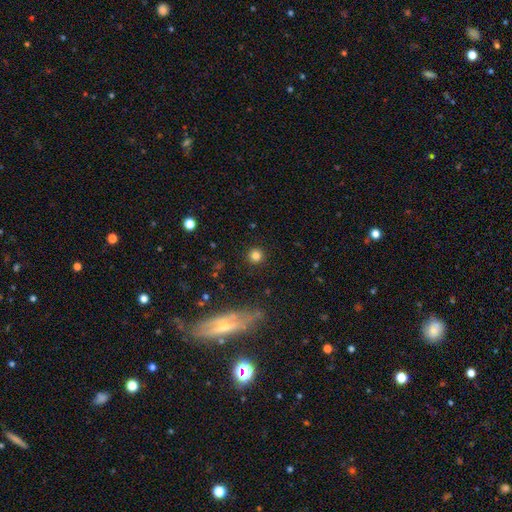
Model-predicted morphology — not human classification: The model was most divided on "smooth or featured": smooth: 81%, star or artifact: 13%, featured or disk: 7%. More confident: how rounded — round (94%); merging — none (90%).